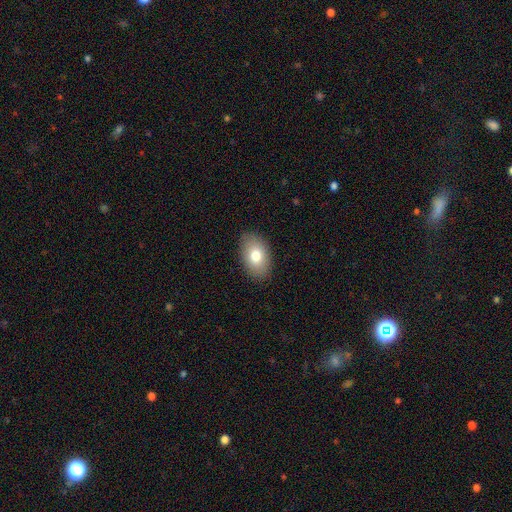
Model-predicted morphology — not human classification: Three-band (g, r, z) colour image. It shows a smooth galaxy with no disk features (77%) that is in between round and cigar-shaped (90%). Merging: none (87%).